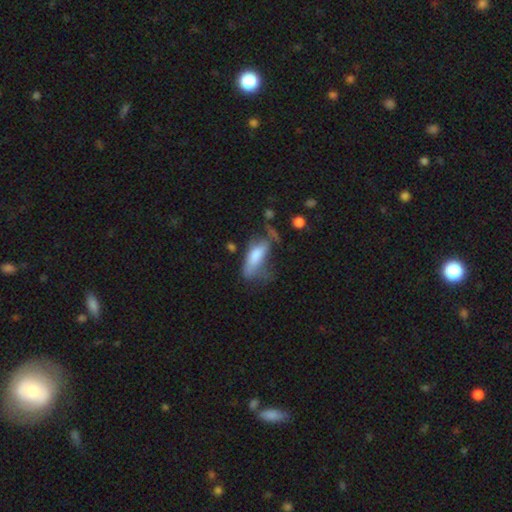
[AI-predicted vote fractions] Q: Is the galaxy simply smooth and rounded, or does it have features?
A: smooth — 69%.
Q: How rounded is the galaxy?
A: in between — 70%.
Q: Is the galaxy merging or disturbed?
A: major disturbance — 35%.